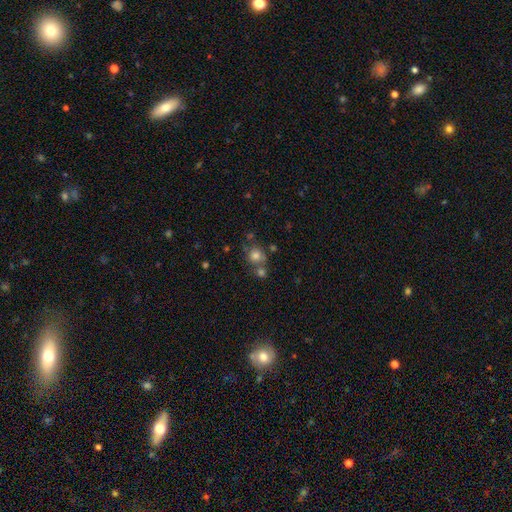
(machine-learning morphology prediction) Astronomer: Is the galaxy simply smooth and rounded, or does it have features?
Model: smooth — 76%.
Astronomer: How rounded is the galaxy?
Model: round — 85%.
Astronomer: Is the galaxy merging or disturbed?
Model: none — 56%.